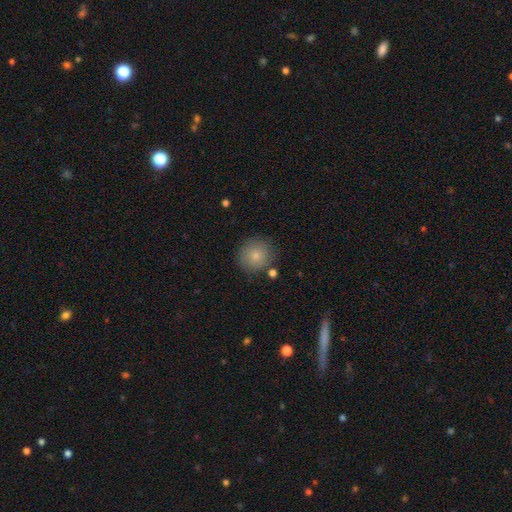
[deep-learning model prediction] Q: Smooth or featured?
A: smooth (82%); runner-up: featured or disk (9%)
Q: How rounded?
A: round (91%); runner-up: in between (8%)
Q: Merging?
A: none (82%); runner-up: minor disturbance (11%)